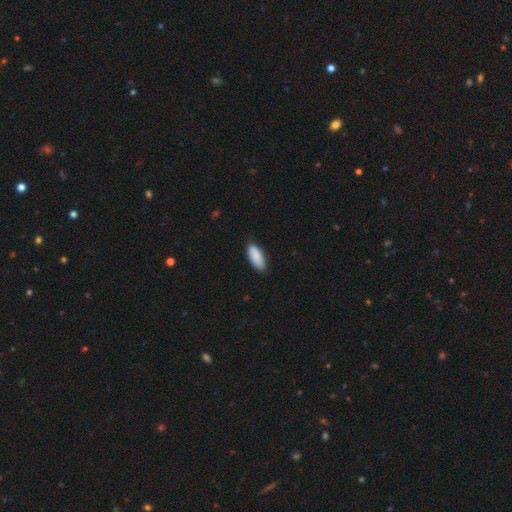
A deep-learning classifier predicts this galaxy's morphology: This appears to be a smooth galaxy with no disk features (89%) that is in between round and cigar-shaped (85%). Merging: none (81%).